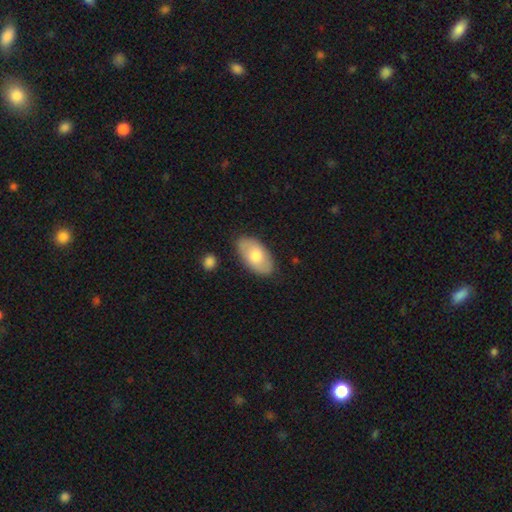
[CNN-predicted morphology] A smooth galaxy with no disk features (69%) that is in between round and cigar-shaped (95%).

Vote fractions:
- Smooth or featured? smooth: 69% / featured or disk: 25% / star or artifact: 5%
- How rounded? in between: 95% / round: 4% / cigar-shaped: 2%
- Merging? none: 82% / minor disturbance: 13% / major disturbance: 3% / merger: 2%